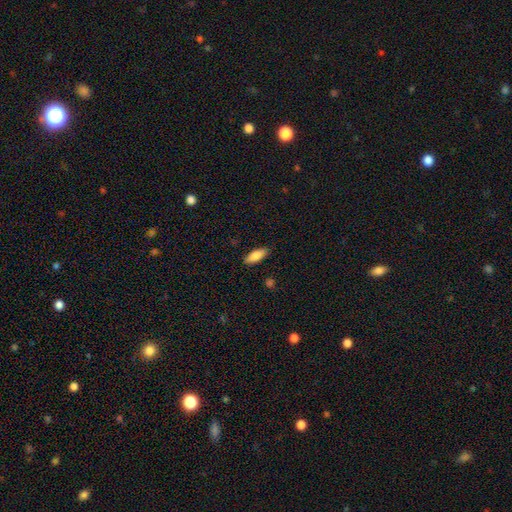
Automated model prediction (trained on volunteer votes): Q: Smooth or featured?
A: smooth (83%); runner-up: featured or disk (10%)
Q: How rounded?
A: in between (72%); runner-up: cigar-shaped (26%)
Q: Merging?
A: none (87%); runner-up: minor disturbance (10%)